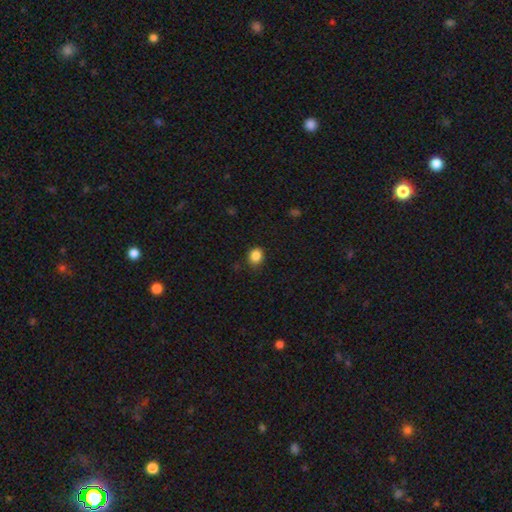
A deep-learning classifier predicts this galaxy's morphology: Smooth or featured?
  - smooth: 86% *
  - star or artifact: 10%
  - featured or disk: 4%
How rounded?
  - round: 66% *
  - in between: 33%
  - cigar-shaped: 1%
Merging?
  - none: 80% *
  - minor disturbance: 16%
  - major disturbance: 3%
  - merger: 1%